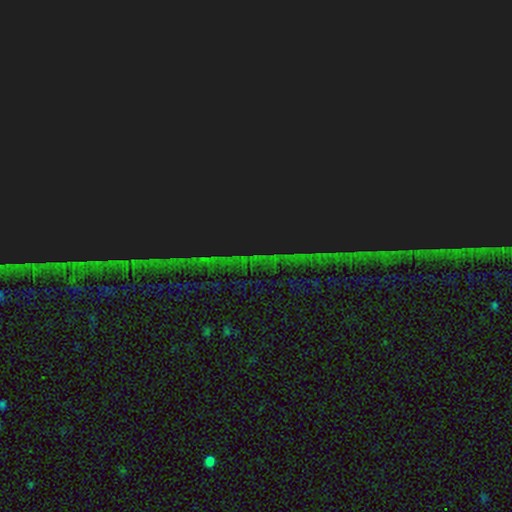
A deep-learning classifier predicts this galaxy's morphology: Smooth or featured? Predicted: star or artifact (p=0.87).